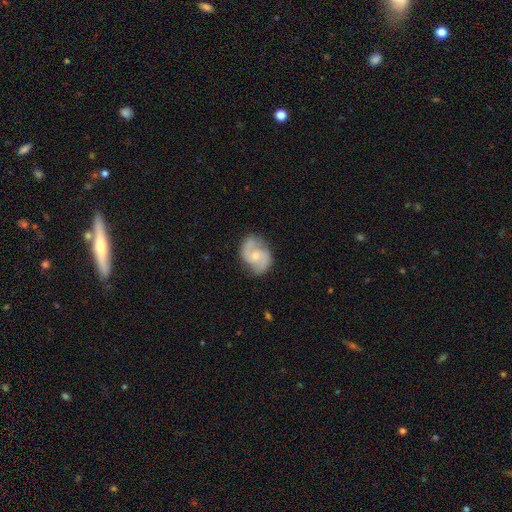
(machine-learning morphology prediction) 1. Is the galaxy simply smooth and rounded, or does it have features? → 78% featured or disk, 17% smooth, 6% star or artifact.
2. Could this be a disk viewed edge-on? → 98% no, 2% yes.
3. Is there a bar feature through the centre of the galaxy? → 55% no, 39% weak, 6% strong.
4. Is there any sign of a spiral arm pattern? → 94% yes, 6% no.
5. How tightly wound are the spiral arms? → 52% medium, 26% loose, 22% tight.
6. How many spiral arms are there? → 89% 2, 5% can't tell, 2% 1, 2% 3, 1% 4, 1% more than 4.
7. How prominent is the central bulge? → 50% small, 42% moderate, 4% none, 2% large, 1% dominant.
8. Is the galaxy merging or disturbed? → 76% none, 18% minor disturbance, 5% major disturbance, 1% merger.